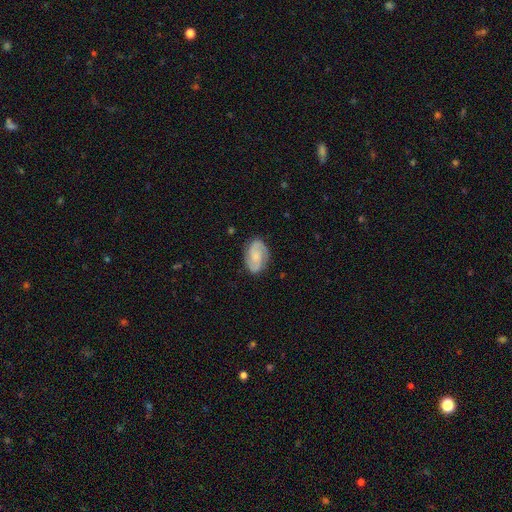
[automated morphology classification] smooth_or_featured: featured or disk (p=0.73) [alt: smooth p=0.21]
disk_edge_on: no (p=0.97) [alt: yes p=0.03]
bar: no (p=0.55) [alt: weak p=0.37]
has_spiral_arms: yes (p=0.95) [alt: no p=0.05]
spiral_winding: medium (p=0.48) [alt: tight p=0.34]
spiral_arm_count: 2 (p=0.89) [alt: can't tell p=0.05]
bulge_size: none (p=0.31) [tied with: small p=0.31]
merging: none (p=0.83) [alt: minor disturbance p=0.13]